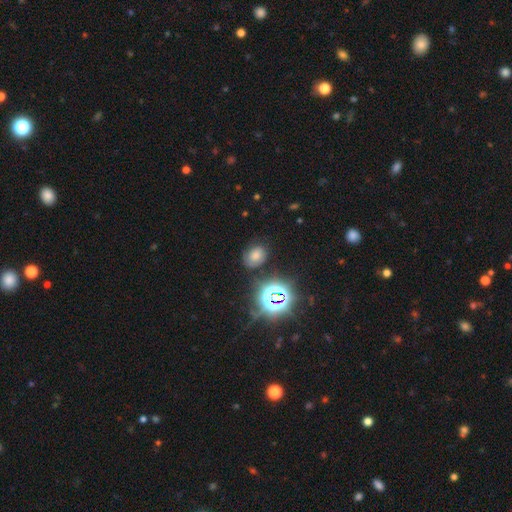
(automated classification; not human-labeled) Morphology: type=smooth (58%); roundness=in between (58%); merging=none (72%).